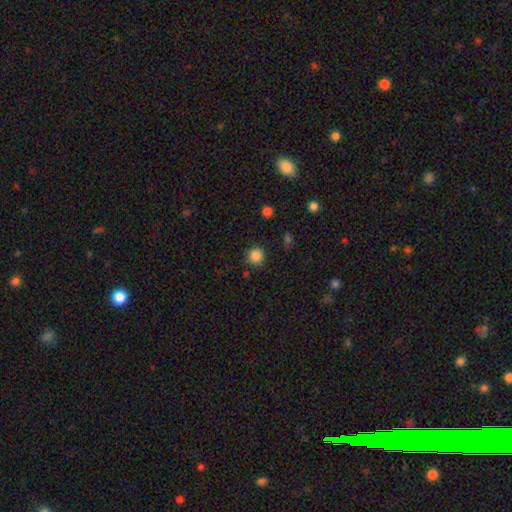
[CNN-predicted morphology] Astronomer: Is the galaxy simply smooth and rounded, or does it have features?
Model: smooth — 86%.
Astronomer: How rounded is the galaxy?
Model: round — 94%.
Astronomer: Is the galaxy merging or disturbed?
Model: none — 88%.